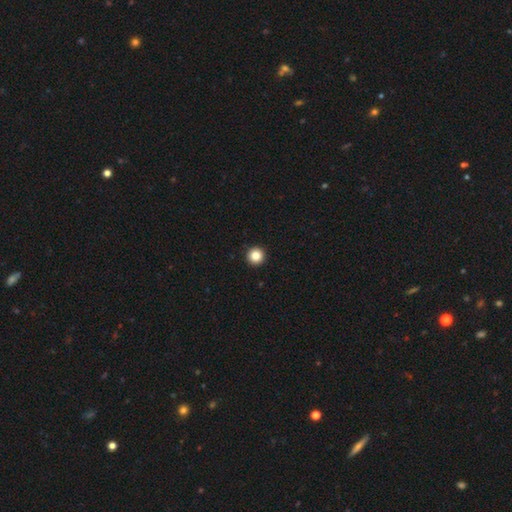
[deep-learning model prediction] The model was most divided on "smooth or featured": smooth: 85%, star or artifact: 10%, featured or disk: 5%. More confident: how rounded — round (97%); merging — none (94%).